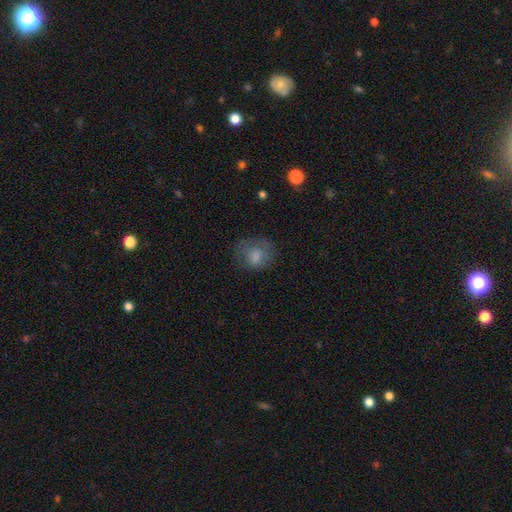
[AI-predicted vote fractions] This is likely a smooth galaxy (76%). How rounded: likely round (63%). Merging: possibly none (59%).